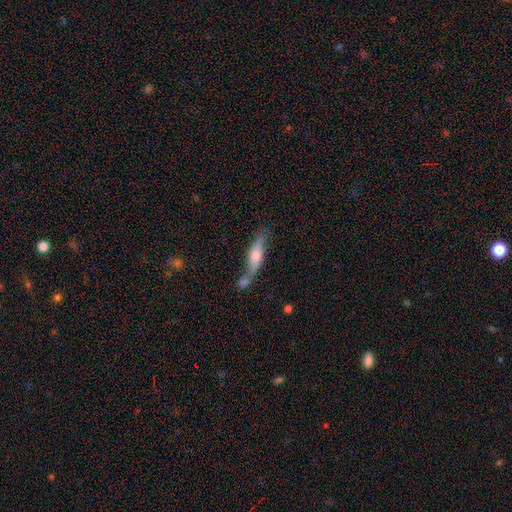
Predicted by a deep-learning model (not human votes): smooth_or_featured: smooth (p=0.51) [alt: featured or disk p=0.43]
how_rounded: cigar-shaped (p=0.63) [alt: in between p=0.34]
merging: none (p=0.42) [alt: merger p=0.35]